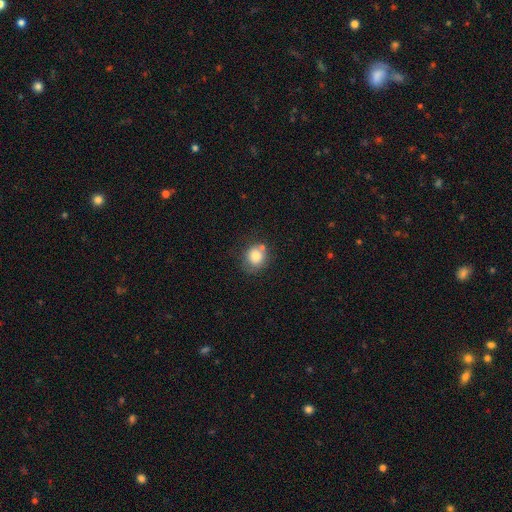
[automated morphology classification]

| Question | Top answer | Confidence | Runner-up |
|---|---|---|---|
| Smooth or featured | smooth | 82% | star or artifact (9%) |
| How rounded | round | 78% | in between (21%) |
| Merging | none | 62% | minor disturbance (19%) |